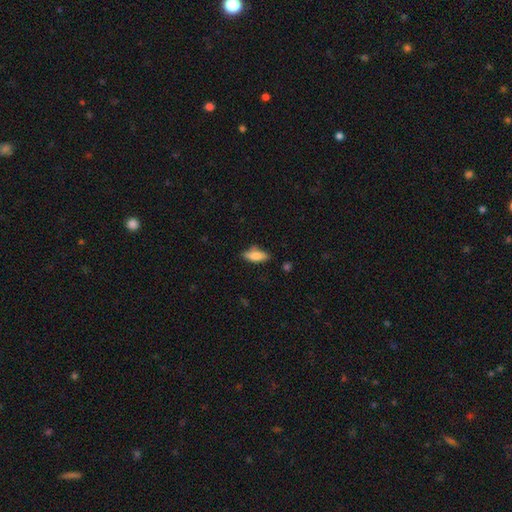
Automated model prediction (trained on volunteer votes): A smooth galaxy with no disk features (82%) that is in between round and cigar-shaped (74%). Merging: none (72%).